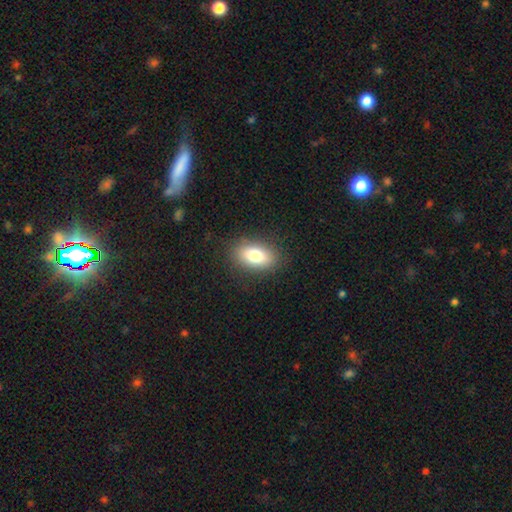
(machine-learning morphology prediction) A smooth galaxy with no disk features (79%) that is in between round and cigar-shaped (88%).

Vote fractions:
- Smooth or featured? smooth: 79% / featured or disk: 12% / star or artifact: 9%
- How rounded? in between: 88% / round: 9% / cigar-shaped: 3%
- Merging? none: 87% / minor disturbance: 9% / major disturbance: 3% / merger: 1%